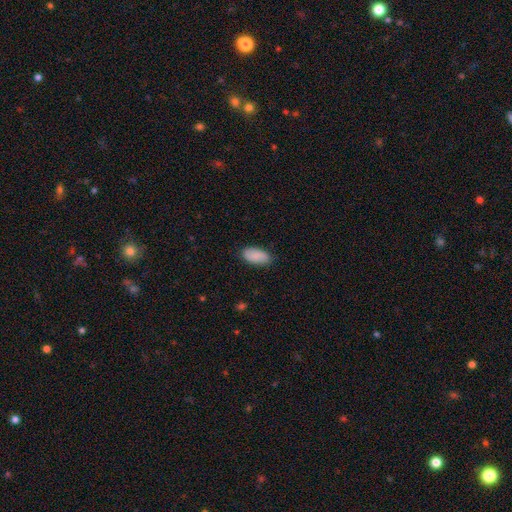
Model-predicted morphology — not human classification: Q: Smooth or featured?
A: smooth (87%); runner-up: featured or disk (7%)
Q: How rounded?
A: in between (93%); runner-up: cigar-shaped (4%)
Q: Merging?
A: none (84%); runner-up: minor disturbance (13%)